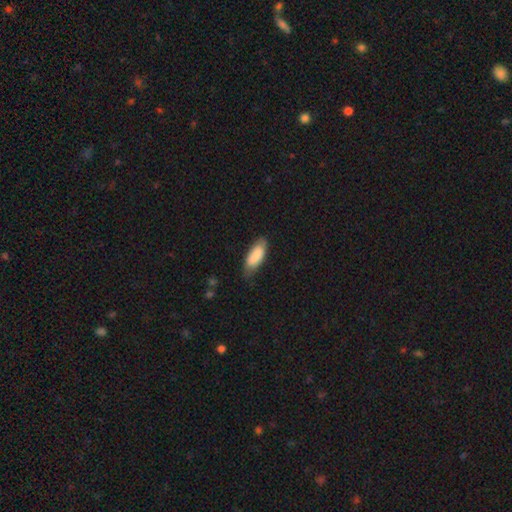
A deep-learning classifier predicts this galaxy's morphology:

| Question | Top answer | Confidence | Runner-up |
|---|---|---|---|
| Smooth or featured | smooth | 86% | featured or disk (8%) |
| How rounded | in between | 78% | cigar-shaped (20%) |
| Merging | none | 68% | minor disturbance (25%) |